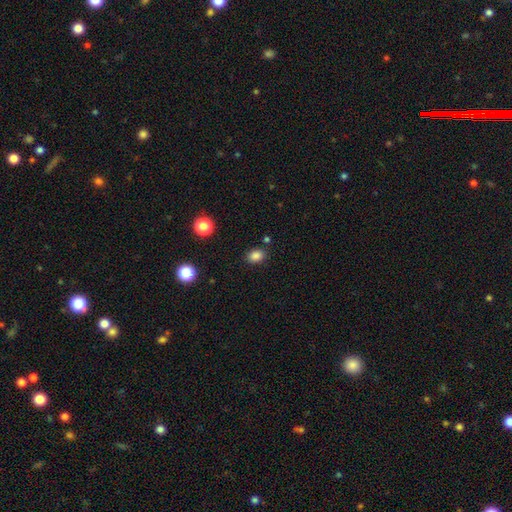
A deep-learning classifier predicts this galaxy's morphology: Smooth or featured? Predicted: smooth (p=0.84). How rounded? Predicted: in between (p=0.65). Merging? Predicted: none (p=0.83).